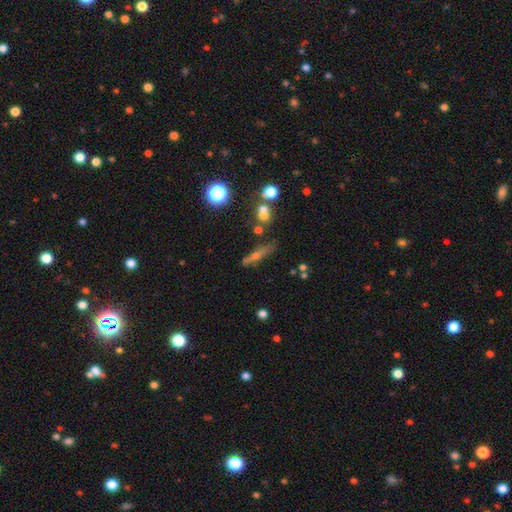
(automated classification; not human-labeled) A featured or disk galaxy (40%). Merging: none (72%).